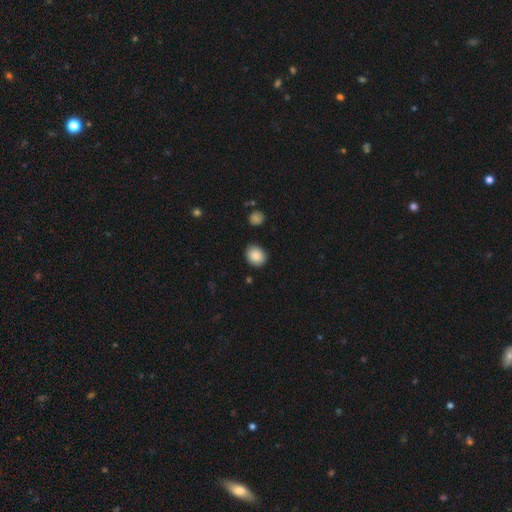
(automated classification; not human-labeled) smooth 88%, star or artifact 8%, featured or disk 4%. Down the decision tree: how rounded — round (53%); merging — none (86%).